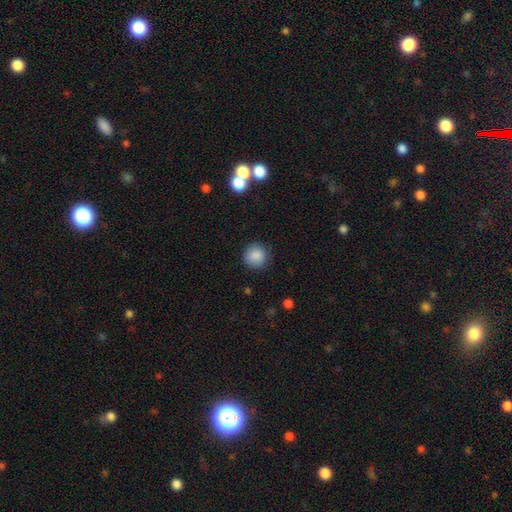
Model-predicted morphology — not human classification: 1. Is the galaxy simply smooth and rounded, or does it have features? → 87% smooth, 9% star or artifact, 4% featured or disk.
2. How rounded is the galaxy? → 93% round, 7% in between, 1% cigar-shaped.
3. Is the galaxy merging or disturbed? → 87% none, 10% minor disturbance, 3% major disturbance, 1% merger.